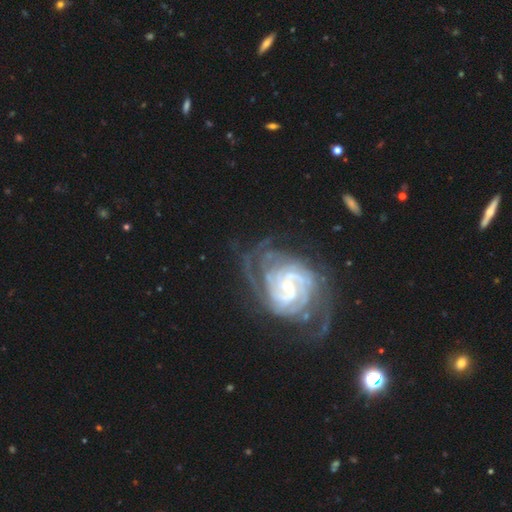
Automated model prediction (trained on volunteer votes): This is clearly a featured or disk galaxy (86%). It is clearly not viewed edge-on (97%). Bar: possibly weak (45%). Spiral arm pattern: clearly yes (96%). Spiral arm count: marginally 2 (30%). Spiral winding: possibly tight (60%). Central bulge: possibly small (59%). Merging: likely none (68%).